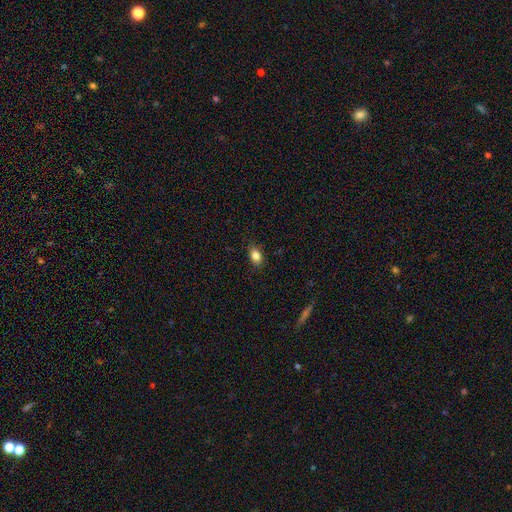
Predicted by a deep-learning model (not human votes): This appears to be a smooth galaxy with no disk features (84%) that is in between round and cigar-shaped (80%). Merging: none (83%).